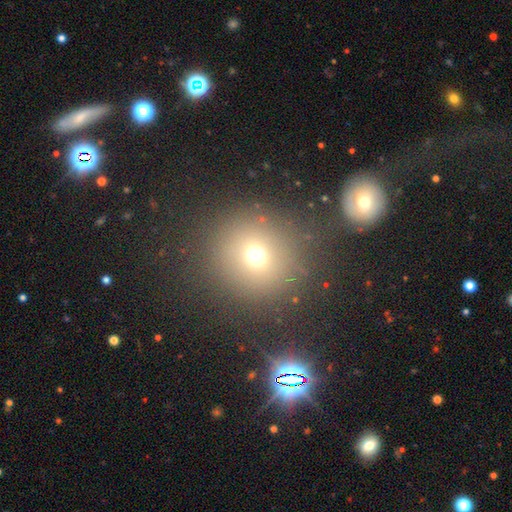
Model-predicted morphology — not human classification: smooth 67%, star or artifact 23%, featured or disk 10%. Down the decision tree: how rounded — round (91%); merging — none (82%).